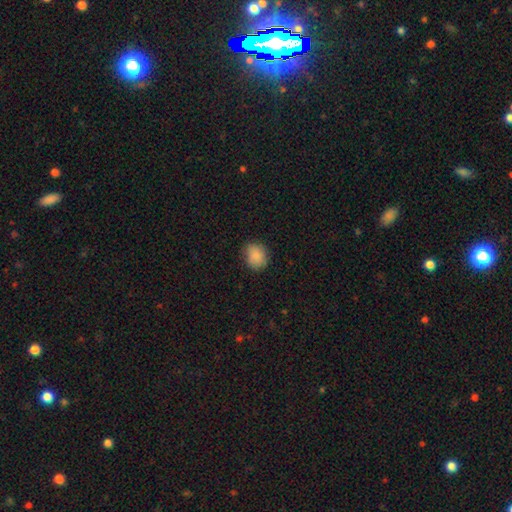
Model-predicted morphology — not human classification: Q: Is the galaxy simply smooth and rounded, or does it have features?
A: smooth — 87%.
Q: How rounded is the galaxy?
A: round — 66%.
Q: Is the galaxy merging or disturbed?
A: none — 79%.